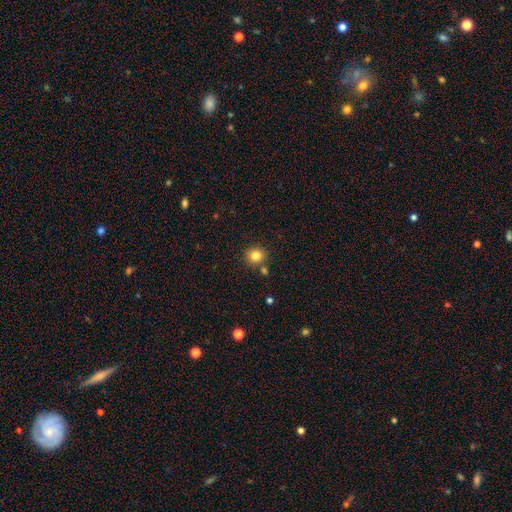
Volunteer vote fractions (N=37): Smooth or featured? 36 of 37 (97%) said smooth. How rounded? 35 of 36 (97%) said round. Merging? 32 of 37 (86%) said none.